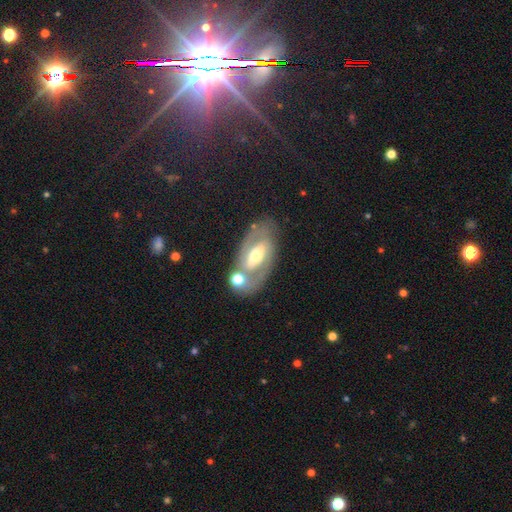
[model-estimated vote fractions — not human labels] Morphology: type=featured or disk (69%); edge-on=no (91%); bar=strong (38%); spiral arms=yes (58%); bulge=moderate (67%); merging=none (61%).